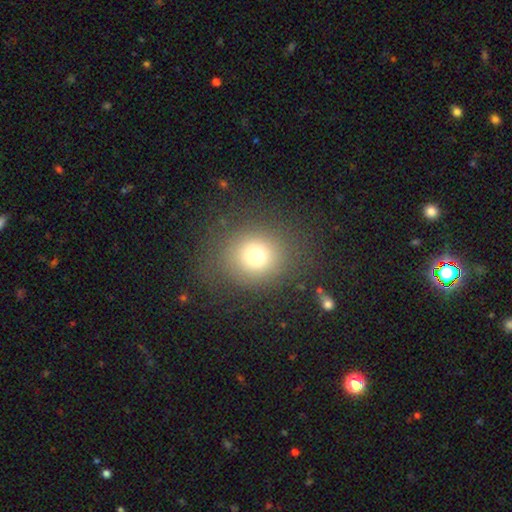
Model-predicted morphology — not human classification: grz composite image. It shows a smooth galaxy with no disk features (72%) that is round (83%). Merging: none (82%).